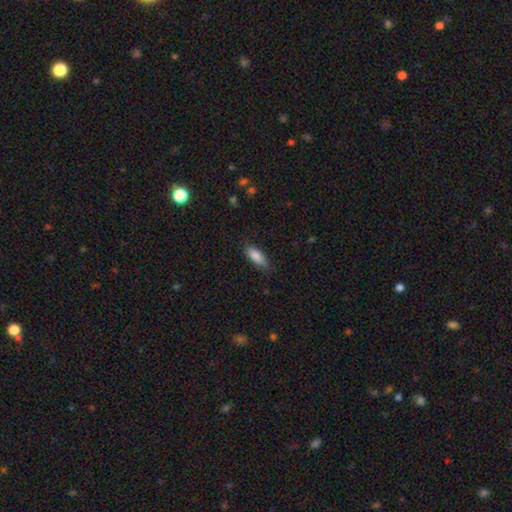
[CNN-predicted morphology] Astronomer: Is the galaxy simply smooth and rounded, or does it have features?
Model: smooth — 85%.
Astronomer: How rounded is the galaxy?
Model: in between — 73%.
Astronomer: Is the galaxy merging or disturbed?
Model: none — 78%.